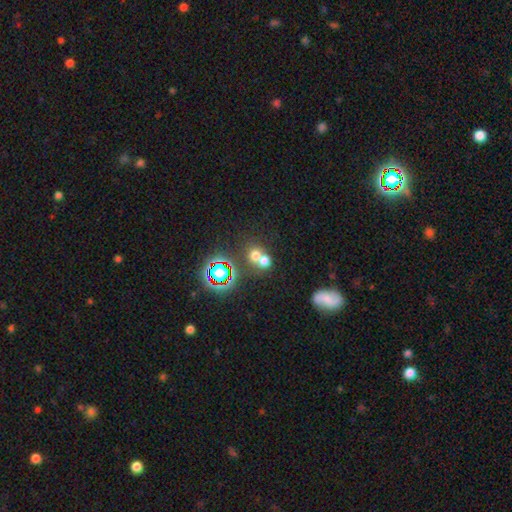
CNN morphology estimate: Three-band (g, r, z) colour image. It shows a smooth galaxy with no disk features (62%) that is round (76%). Merging: merger (55%).